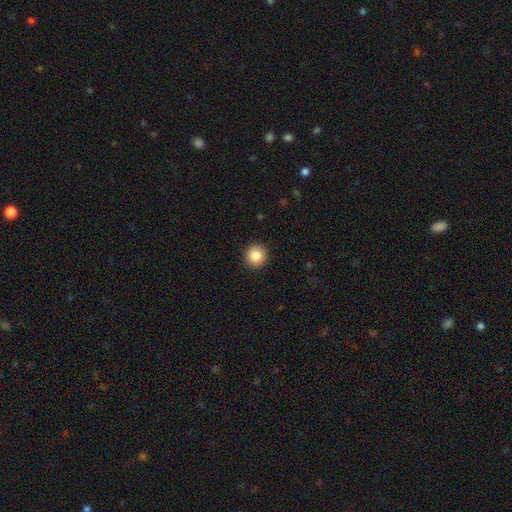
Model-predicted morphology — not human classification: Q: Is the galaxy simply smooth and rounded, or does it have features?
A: smooth — 86%.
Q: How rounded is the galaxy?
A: round — 94%.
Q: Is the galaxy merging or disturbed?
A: none — 93%.